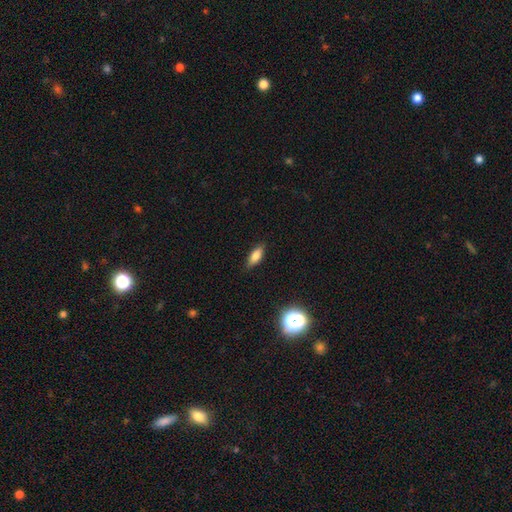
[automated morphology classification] A smooth galaxy with no disk features (76%) that is in between round and cigar-shaped (72%).

Vote fractions:
- Smooth or featured? smooth: 76% / featured or disk: 14% / star or artifact: 10%
- How rounded? in between: 72% / cigar-shaped: 24% / round: 4%
- Merging? none: 83% / minor disturbance: 13% / major disturbance: 3% / merger: 1%